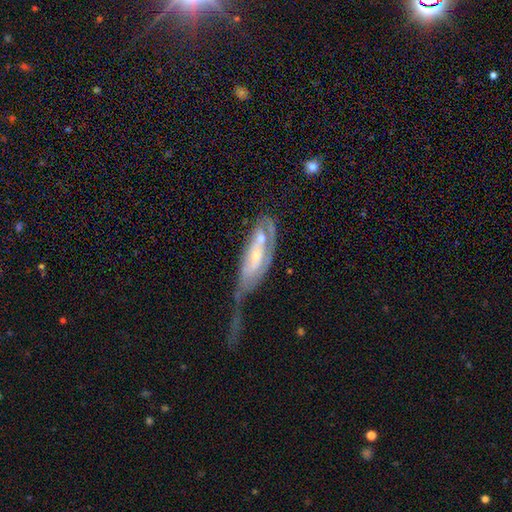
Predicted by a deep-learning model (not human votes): The model was most divided on "merging": major disturbance: 41%, merger: 27%, minor disturbance: 16%, none: 16%. More confident: edge-on disk — no (83%); smooth or featured — featured or disk (68%); spiral arms — yes (64%); bar — no (63%); bulge size — small (57%).